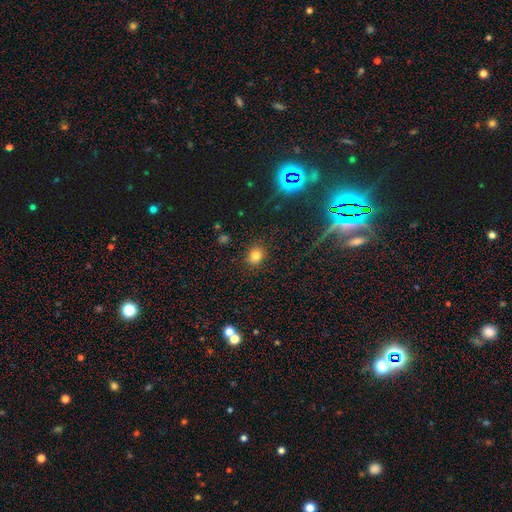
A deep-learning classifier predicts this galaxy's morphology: smooth-or-featured: smooth: 79% | star or artifact: 14% | featured or disk: 7%
  how-rounded: round: 66% | in between: 33% | cigar-shaped: 1%
  merging: none: 88% | minor disturbance: 8% | major disturbance: 3% | merger: 1%